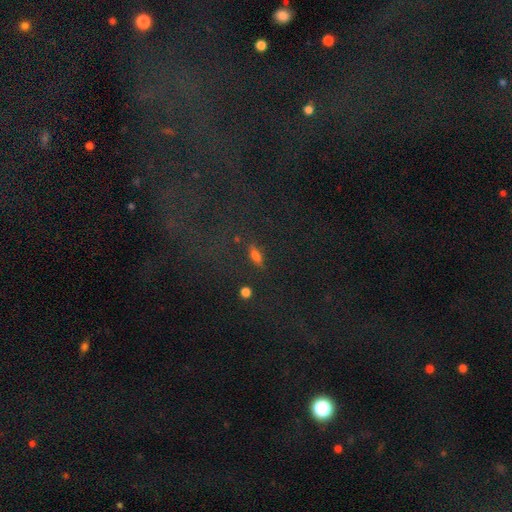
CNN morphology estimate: The model was most divided on "smooth or featured": star or artifact: 58%, smooth: 25%, featured or disk: 17%.